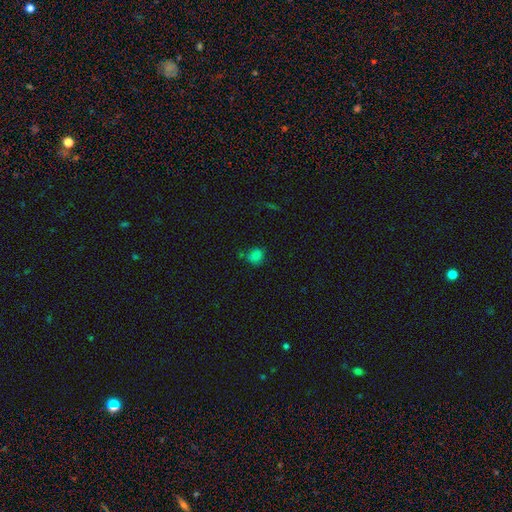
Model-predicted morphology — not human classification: type=smooth (76%); roundness=round (68%); merging=none (65%).